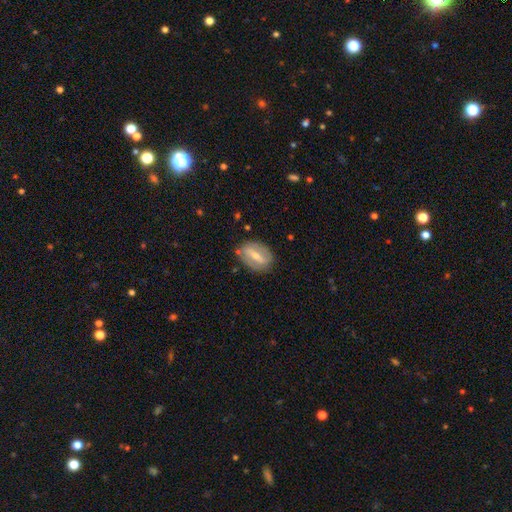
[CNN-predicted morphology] smooth-or-featured: featured or disk: 60% | smooth: 33% | star or artifact: 6%
  disk-edge-on: no: 85% | yes: 15%
    bar: strong: 64% | weak: 26% | no: 11%
    has-spiral-arms: no: 63% | yes: 37%
    bulge-size: small: 49% | moderate: 44% | none: 3% | large: 2% | dominant: 1%
  merging: none: 79% | minor disturbance: 15% | major disturbance: 4% | merger: 2%